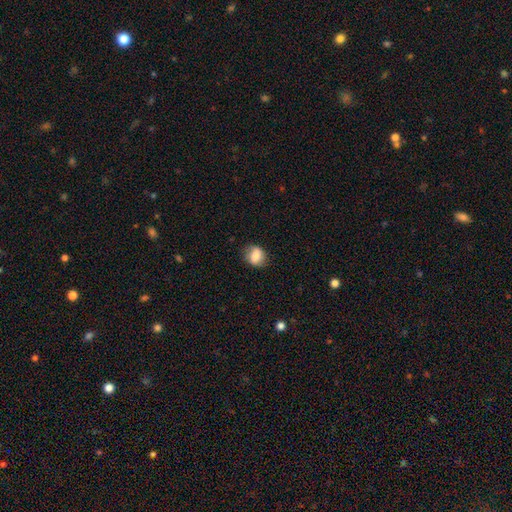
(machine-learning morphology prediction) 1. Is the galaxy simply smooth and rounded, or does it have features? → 72% smooth, 19% featured or disk, 9% star or artifact.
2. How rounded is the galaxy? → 55% round, 43% in between, 1% cigar-shaped.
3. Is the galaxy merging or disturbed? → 76% none, 18% minor disturbance, 5% major disturbance, 1% merger.